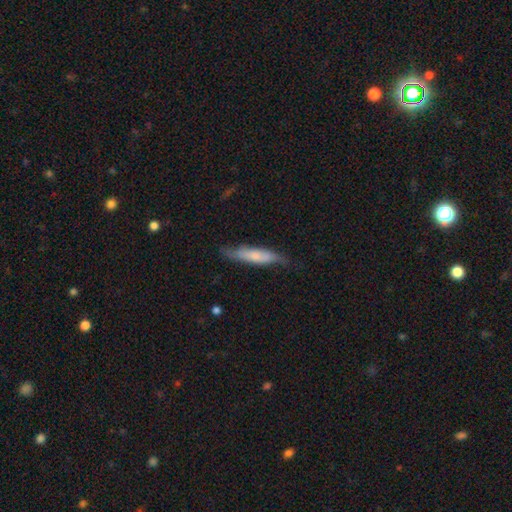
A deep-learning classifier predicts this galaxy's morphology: smooth-or-featured: smooth: 61% | featured or disk: 33% | star or artifact: 6%
  how-rounded: cigar-shaped: 82% | in between: 16% | round: 2%
  merging: none: 69% | minor disturbance: 24% | major disturbance: 5% | merger: 2%